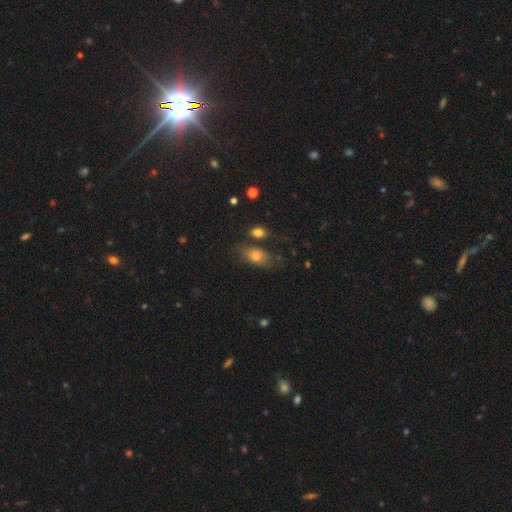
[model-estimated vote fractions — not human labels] This is likely a smooth galaxy (73%). How rounded: clearly in between (83%). Merging: likely none (63%).